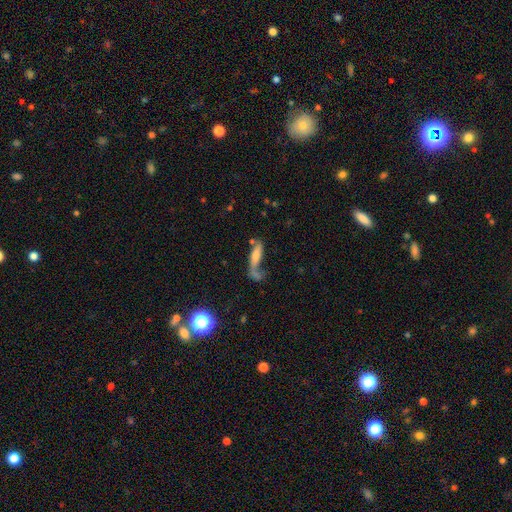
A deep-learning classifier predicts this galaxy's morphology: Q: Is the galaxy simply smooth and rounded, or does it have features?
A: smooth — 50%.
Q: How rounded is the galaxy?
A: cigar-shaped — 58%.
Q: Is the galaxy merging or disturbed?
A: none — 33%.